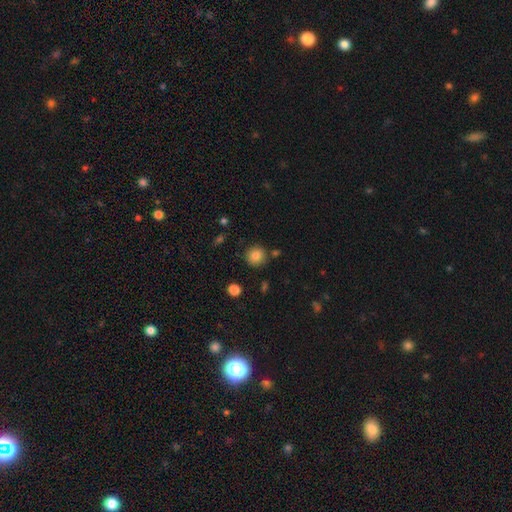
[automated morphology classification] This is clearly a smooth galaxy (85%). How rounded: clearly round (92%). Merging: clearly none (86%).